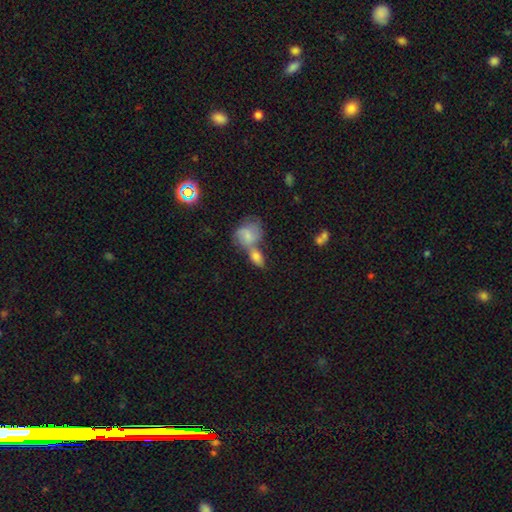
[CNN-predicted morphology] Smooth or featured? Predicted: smooth (p=0.66). How rounded? Predicted: in between (p=0.74). Merging? Predicted: merger (p=0.47).